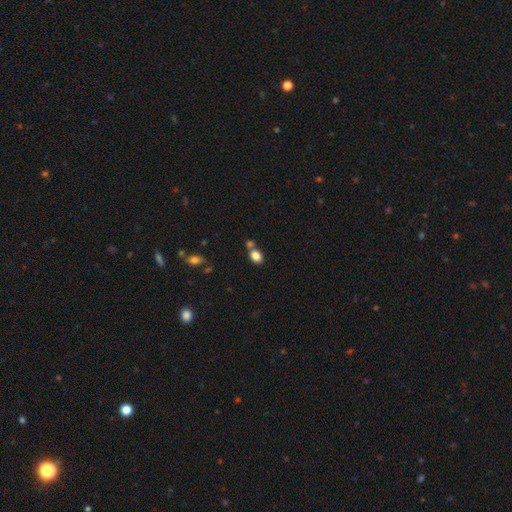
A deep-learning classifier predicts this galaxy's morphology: The model was most divided on "merging": none: 58%, merger: 26%, minor disturbance: 12%, major disturbance: 4%. More confident: smooth or featured — smooth (83%); how rounded — in between (68%).